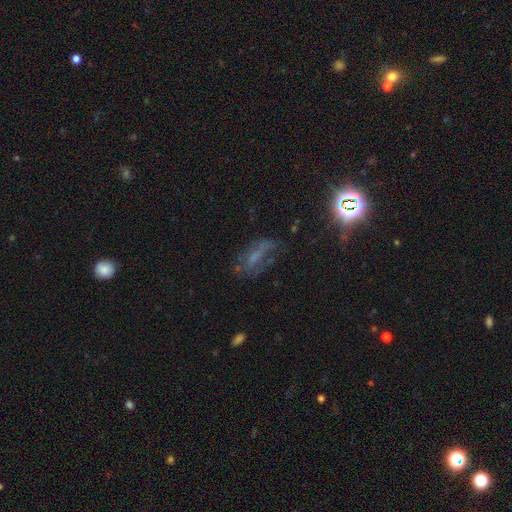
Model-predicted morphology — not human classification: This appears to be a featured or disk galaxy (41%). Merging: none (46%).